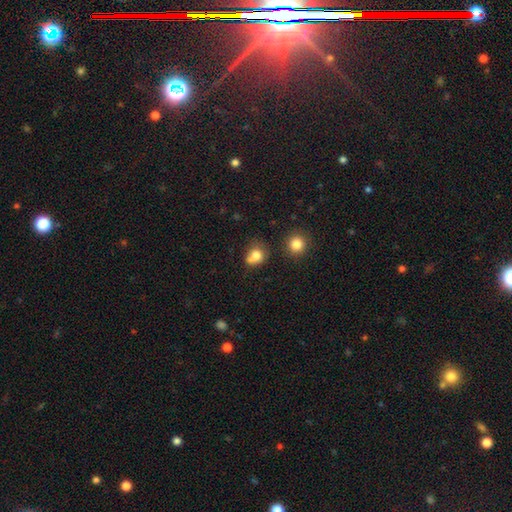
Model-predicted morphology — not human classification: This is likely a smooth galaxy (78%). How rounded: possibly round (56%). Merging: marginally none (43%).